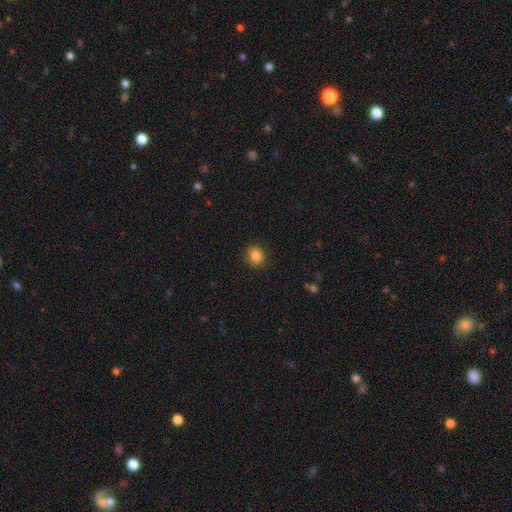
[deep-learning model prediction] Smooth or featured?
  - smooth: 85% *
  - star or artifact: 11%
  - featured or disk: 4%
How rounded?
  - round: 72% *
  - in between: 27%
  - cigar-shaped: 1%
Merging?
  - none: 90% *
  - minor disturbance: 7%
  - major disturbance: 2%
  - merger: 1%